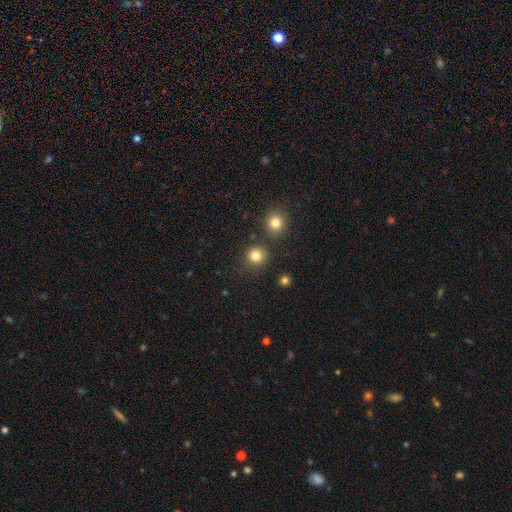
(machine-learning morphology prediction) A smooth galaxy with no disk features (81%) that is round (93%). Merging: none (83%).